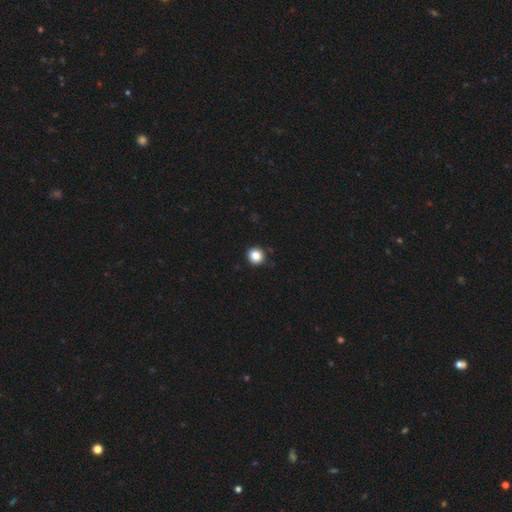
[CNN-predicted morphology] The model was most divided on "smooth or featured": smooth: 85%, star or artifact: 11%, featured or disk: 4%. More confident: how rounded — round (92%); merging — none (91%).